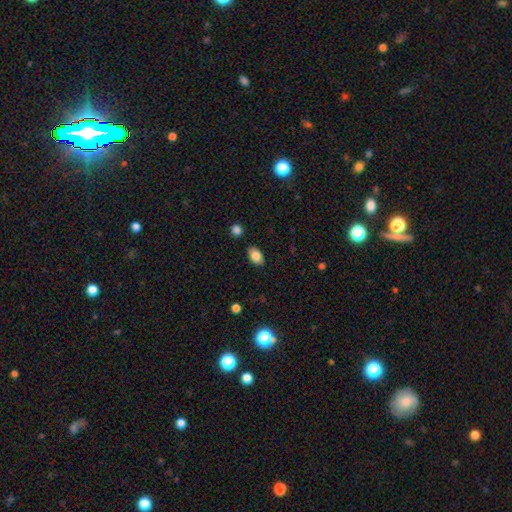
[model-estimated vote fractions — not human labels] A smooth galaxy with no disk features (83%) that is in between round and cigar-shaped (91%). Merging: none (86%).